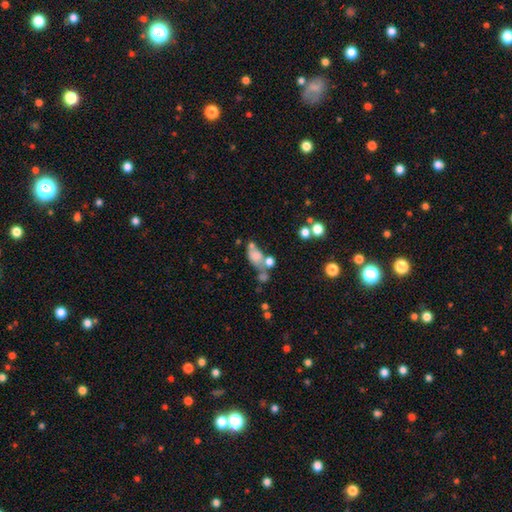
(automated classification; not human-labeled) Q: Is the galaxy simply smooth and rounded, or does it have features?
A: smooth — 64%.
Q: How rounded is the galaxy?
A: in between — 74%.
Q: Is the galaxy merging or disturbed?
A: merger — 41%.